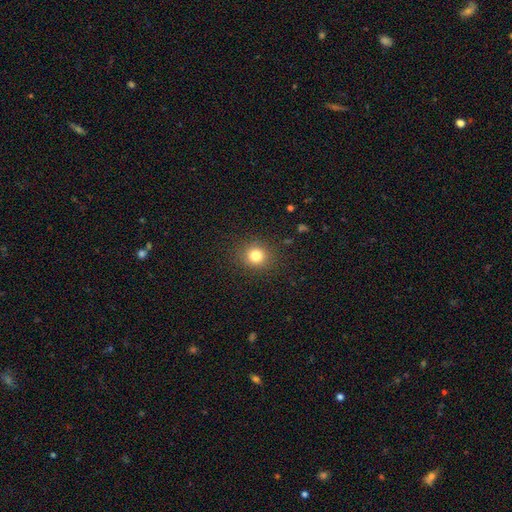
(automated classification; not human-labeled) smooth 80%, star or artifact 13%, featured or disk 7%. Down the decision tree: how rounded — round (86%); merging — none (88%).